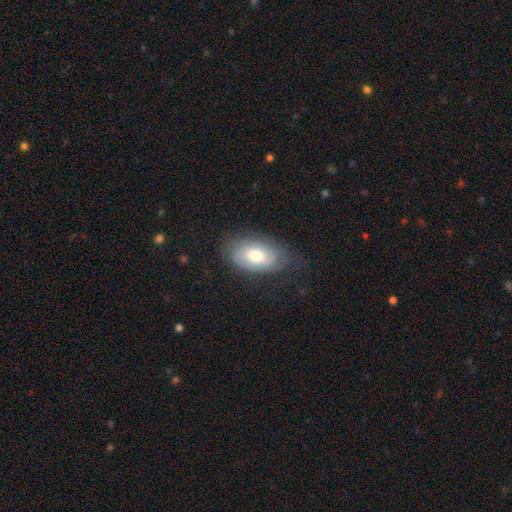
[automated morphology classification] Overall: smooth (53%; featured or disk 39%). How rounded: in between (92%). Merging: none (67%).